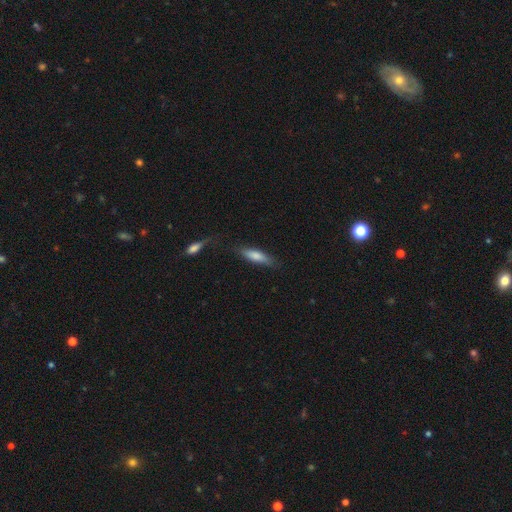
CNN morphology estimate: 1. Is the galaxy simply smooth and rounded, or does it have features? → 74% smooth, 19% featured or disk, 6% star or artifact.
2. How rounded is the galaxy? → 63% cigar-shaped, 35% in between, 2% round.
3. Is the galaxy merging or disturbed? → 72% none, 18% minor disturbance, 6% major disturbance, 4% merger.